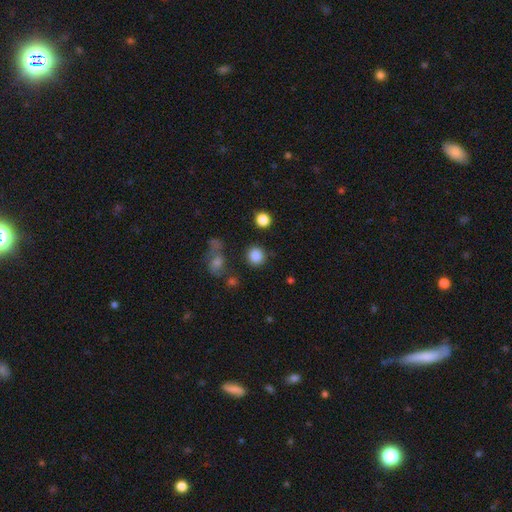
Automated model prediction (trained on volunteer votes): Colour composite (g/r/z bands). It shows a smooth galaxy with no disk features (85%) that is round (90%). Merging: none (84%).